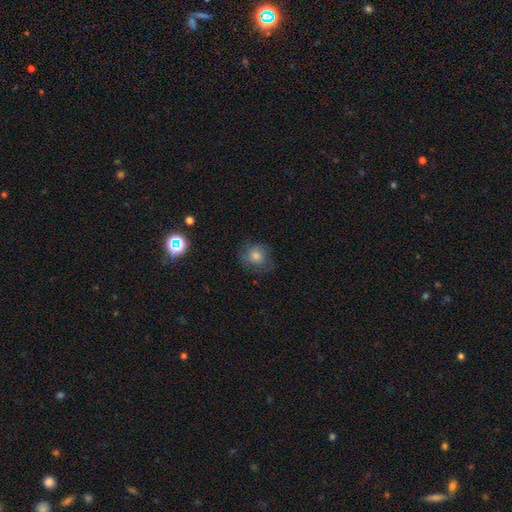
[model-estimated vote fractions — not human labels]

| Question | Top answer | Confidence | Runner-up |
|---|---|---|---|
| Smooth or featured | smooth | 62% | featured or disk (22%) |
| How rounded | round | 78% | in between (21%) |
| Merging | none | 73% | minor disturbance (18%) |